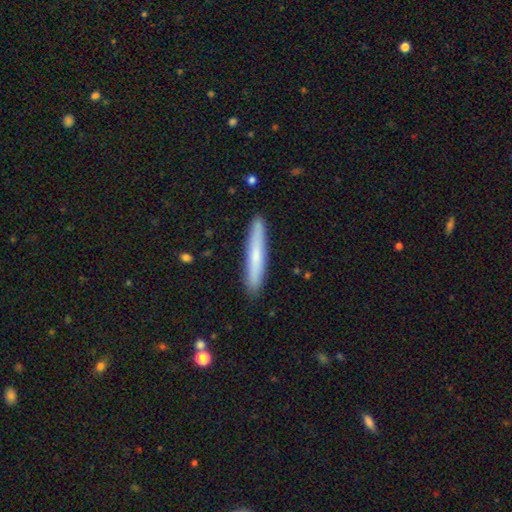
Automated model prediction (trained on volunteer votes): Q: Smooth or featured?
A: smooth (67%); runner-up: featured or disk (27%)
Q: How rounded?
A: cigar-shaped (94%); runner-up: in between (4%)
Q: Merging?
A: none (90%); runner-up: minor disturbance (7%)